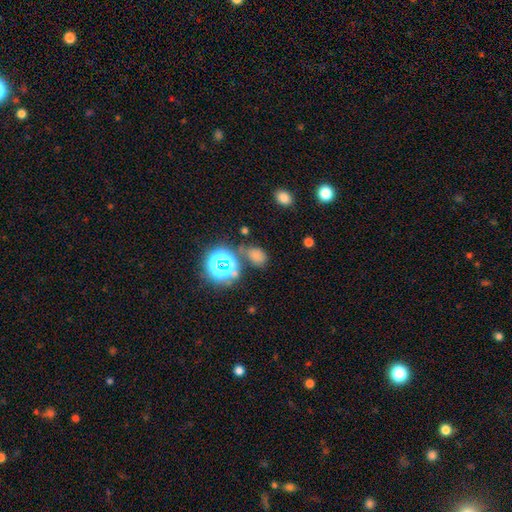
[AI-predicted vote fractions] Q: Smooth or featured?
A: smooth (65%); runner-up: star or artifact (28%)
Q: How rounded?
A: in between (67%); runner-up: round (32%)
Q: Merging?
A: none (62%); runner-up: minor disturbance (18%)